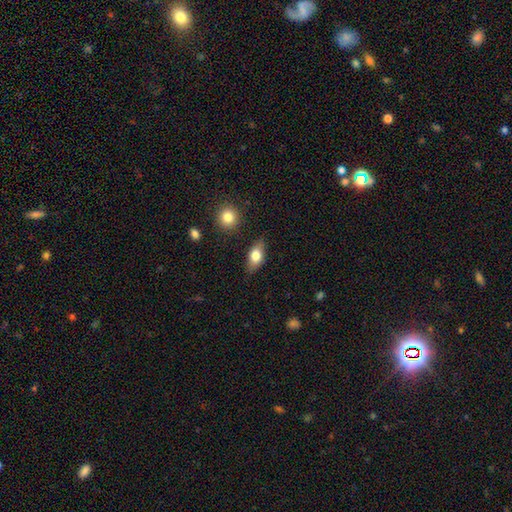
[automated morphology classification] This is likely a smooth galaxy (74%). How rounded: clearly in between (84%). Merging: clearly none (82%).